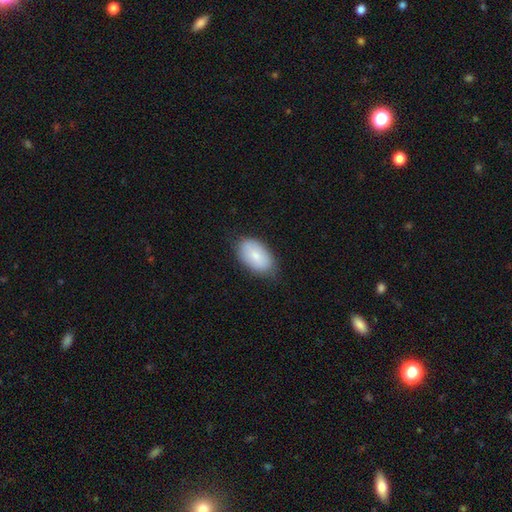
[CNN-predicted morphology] A smooth galaxy with no disk features (80%) that is in between round and cigar-shaped (94%).

Vote fractions:
- Smooth or featured? smooth: 80% / featured or disk: 14% / star or artifact: 6%
- How rounded? in between: 94% / round: 5% / cigar-shaped: 1%
- Merging? none: 77% / minor disturbance: 18% / major disturbance: 4% / merger: 1%